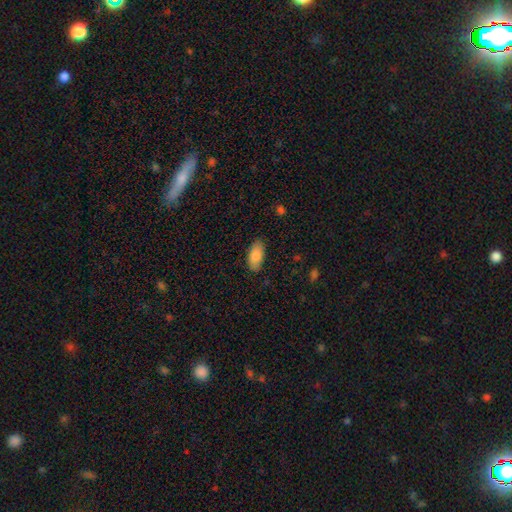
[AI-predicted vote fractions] smooth-or-featured: smooth: 86% | featured or disk: 8% | star or artifact: 6%
  how-rounded: in between: 89% | cigar-shaped: 9% | round: 2%
  merging: none: 85% | minor disturbance: 11% | major disturbance: 3% | merger: 1%